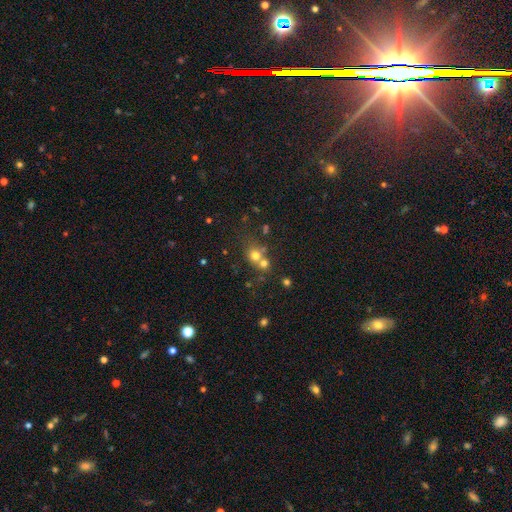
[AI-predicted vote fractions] Smooth or featured? smooth (67%)
How rounded? round (79%)
Merging? merger (45%)